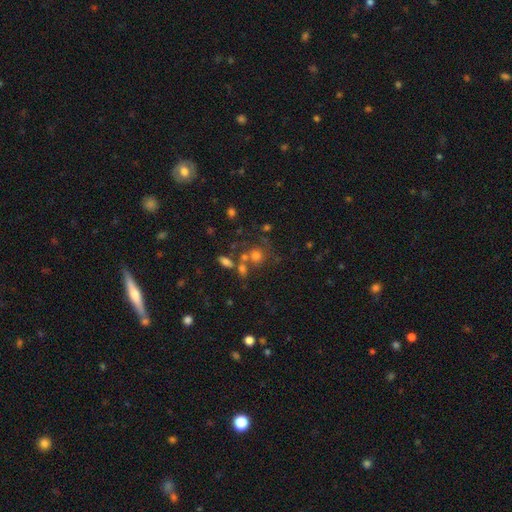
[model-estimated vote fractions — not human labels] Smooth or featured: smooth — 66% (star or artifact — 17%)
How rounded: round — 83% (in between — 16%)
Merging: none — 53% (merger — 25%)